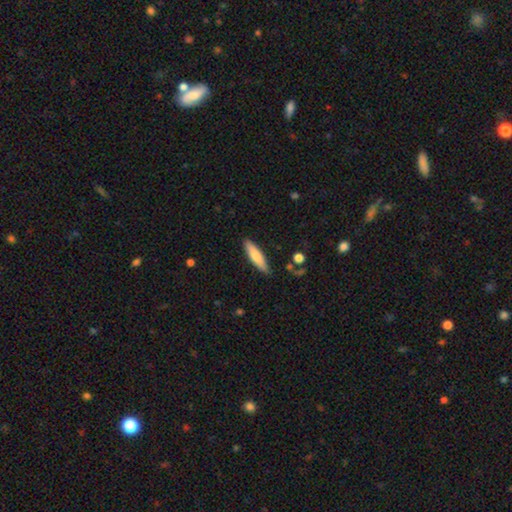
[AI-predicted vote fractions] Smooth or featured? smooth (69%)
How rounded? cigar-shaped (71%)
Merging? none (86%)